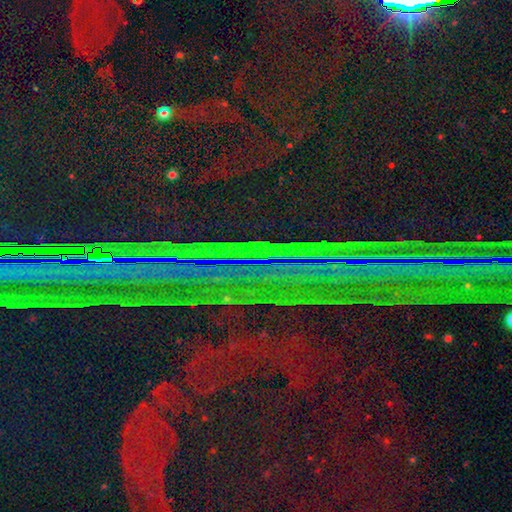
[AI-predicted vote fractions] Q: Smooth or featured?
A: star or artifact (85%); runner-up: featured or disk (8%)